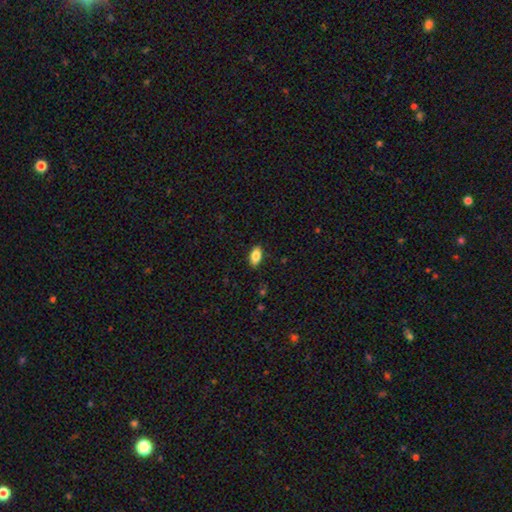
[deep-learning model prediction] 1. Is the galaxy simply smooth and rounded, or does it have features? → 84% smooth, 8% star or artifact, 8% featured or disk.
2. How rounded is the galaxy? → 91% in between, 5% cigar-shaped, 4% round.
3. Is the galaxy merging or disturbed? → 86% none, 11% minor disturbance, 2% major disturbance, 1% merger.